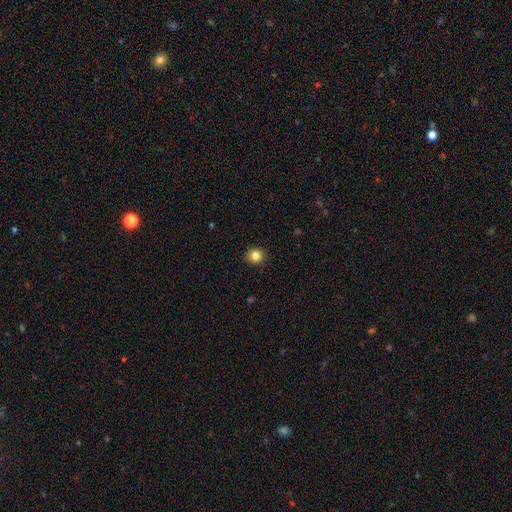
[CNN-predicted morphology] This appears to be a smooth galaxy with no disk features (84%) that is round (90%). Merging: none (91%).